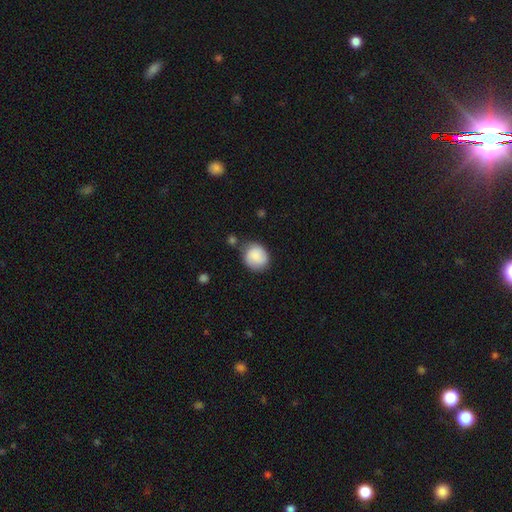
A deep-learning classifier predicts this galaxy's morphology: A smooth galaxy with no disk features (80%) that is round (80%). Merging: none (70%).